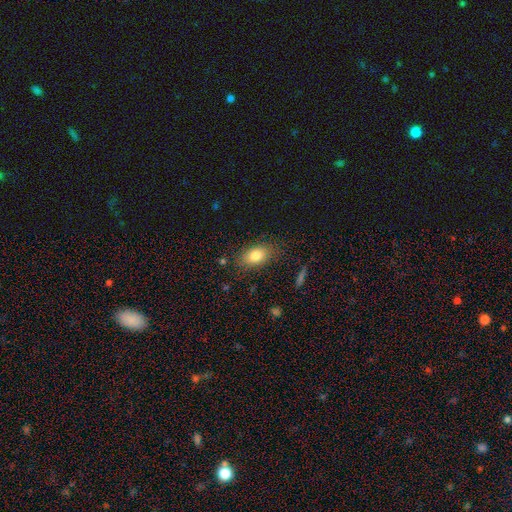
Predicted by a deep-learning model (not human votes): Morphology: type=smooth (81%); roundness=in between (86%); merging=none (82%).